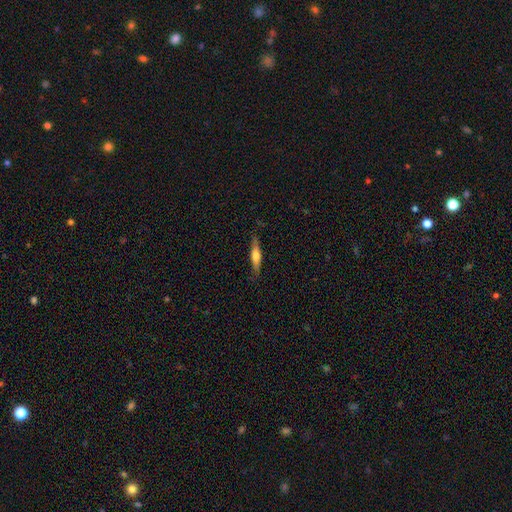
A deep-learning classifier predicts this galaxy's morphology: Smooth or featured? Predicted: smooth (p=0.54). How rounded? Predicted: cigar-shaped (p=0.80). Merging? Predicted: none (p=0.83).